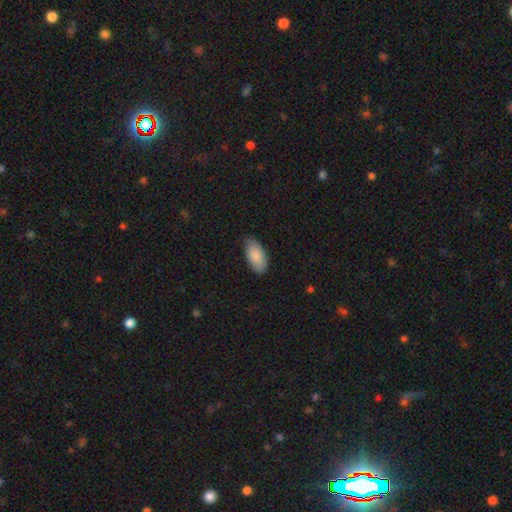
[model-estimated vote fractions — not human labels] Morphology: type=smooth (88%); roundness=in between (94%); merging=none (78%).